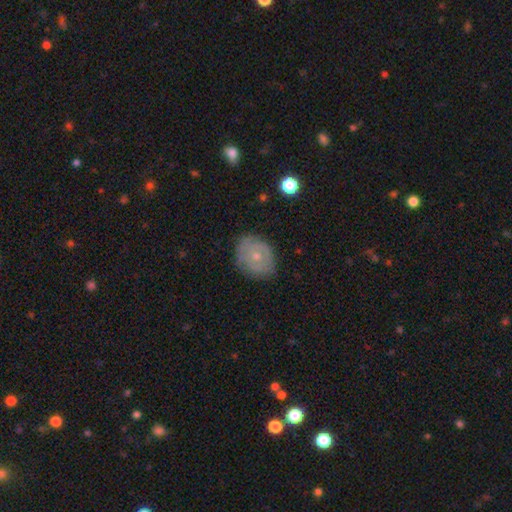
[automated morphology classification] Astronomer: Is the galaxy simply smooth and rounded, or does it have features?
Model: featured or disk — 52% (runner-up: smooth, 40%).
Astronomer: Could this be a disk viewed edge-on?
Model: no — 96%.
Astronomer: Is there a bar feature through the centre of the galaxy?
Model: no — 84%.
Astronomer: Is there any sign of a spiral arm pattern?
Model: yes — 56% (runner-up: no, 44%).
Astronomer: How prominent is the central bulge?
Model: small — 58% (runner-up: moderate, 38%).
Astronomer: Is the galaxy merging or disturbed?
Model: none — 75%.